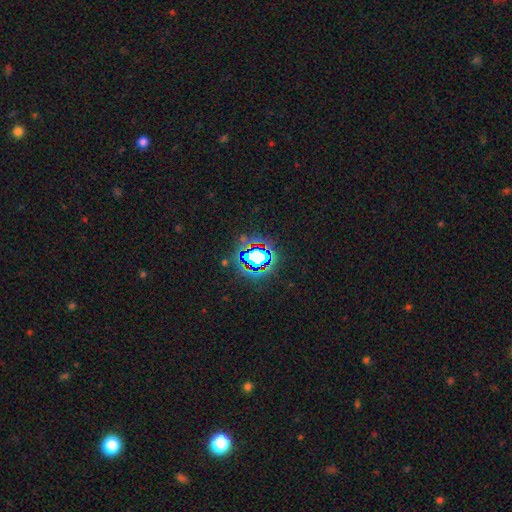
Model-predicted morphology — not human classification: type=star or artifact (66%).